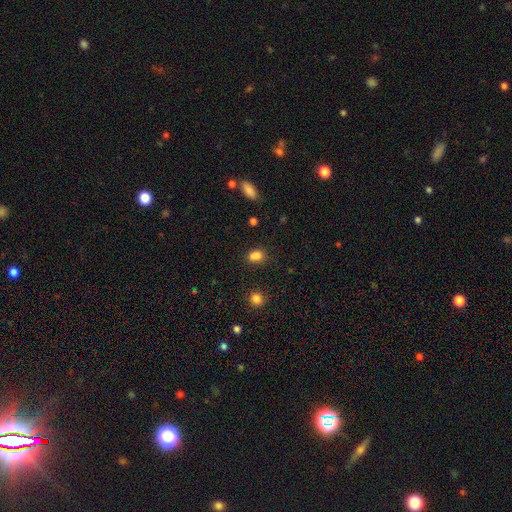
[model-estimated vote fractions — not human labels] Smooth or featured? Predicted: smooth (p=0.82). How rounded? Predicted: in between (p=0.64). Merging? Predicted: none (p=0.63).